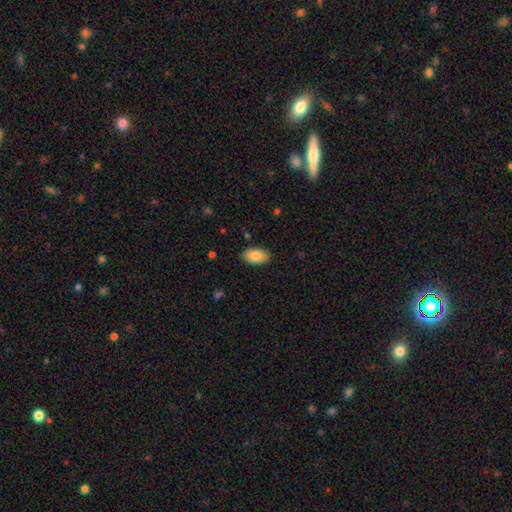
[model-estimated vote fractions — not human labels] This appears to be a smooth galaxy with no disk features (88%) that is in between round and cigar-shaped (95%). Merging: none (87%).